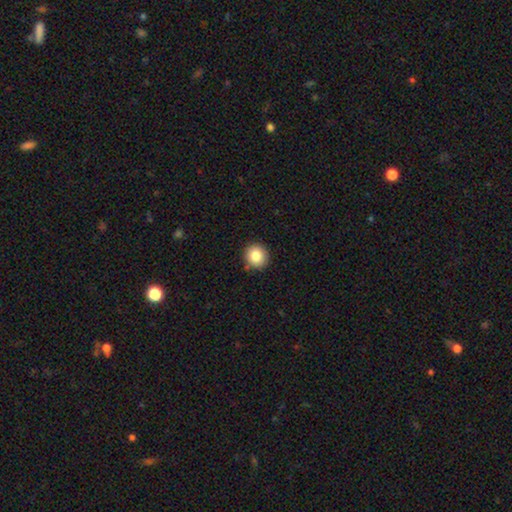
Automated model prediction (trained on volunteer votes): The model was most divided on "smooth or featured": smooth: 84%, star or artifact: 9%, featured or disk: 7%. More confident: how rounded — round (91%); merging — none (88%).